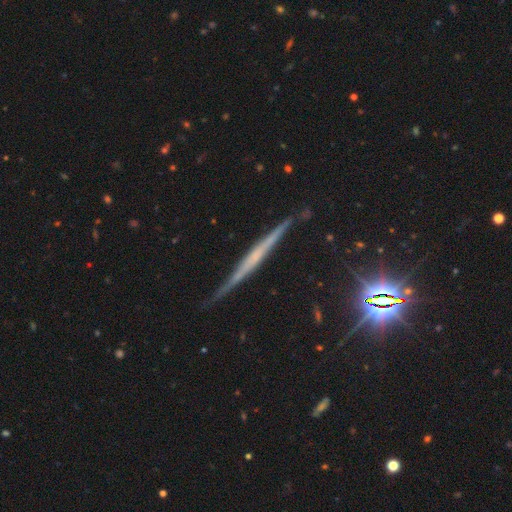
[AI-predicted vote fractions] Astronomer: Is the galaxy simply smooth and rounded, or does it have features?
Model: featured or disk — 68%.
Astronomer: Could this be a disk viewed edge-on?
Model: yes — 97%.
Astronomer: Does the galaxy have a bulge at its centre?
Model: none — 65%.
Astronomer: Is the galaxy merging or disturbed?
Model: none — 84%.